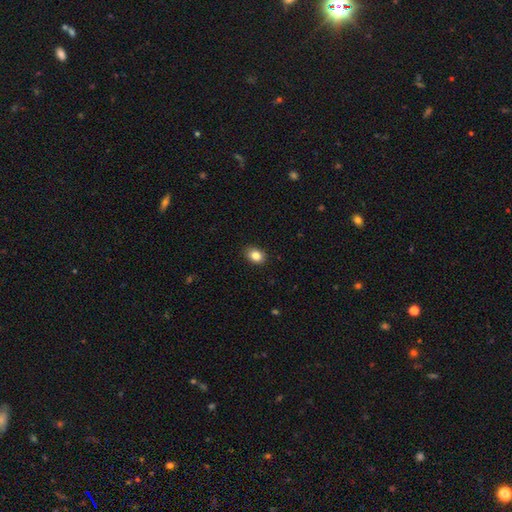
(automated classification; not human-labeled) smooth 85%, star or artifact 9%, featured or disk 5%. Down the decision tree: how rounded — in between (66%); merging — none (89%).